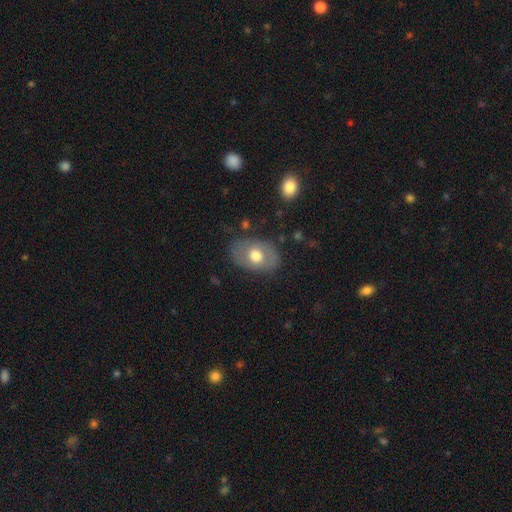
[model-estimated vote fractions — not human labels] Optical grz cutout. It shows a smooth galaxy with no disk features (60%) that is in between round and cigar-shaped (76%). Merging: none (76%).